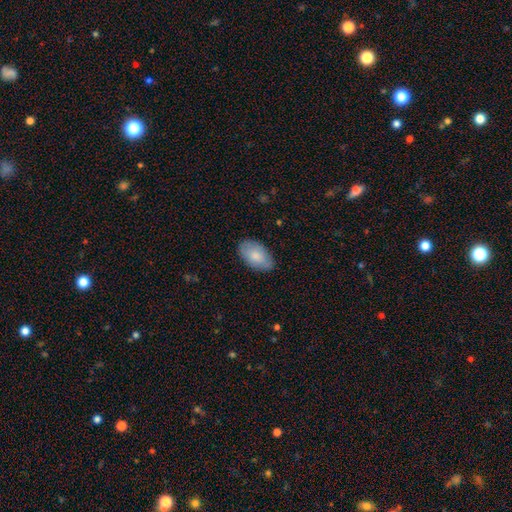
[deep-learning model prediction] This appears to be a smooth galaxy with no disk features (80%) that is in between round and cigar-shaped (95%). Merging: none (83%).